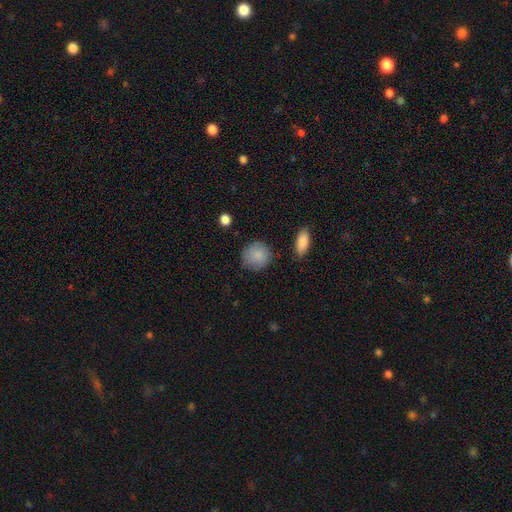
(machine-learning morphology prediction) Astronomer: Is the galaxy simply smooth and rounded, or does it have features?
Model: smooth — 87%.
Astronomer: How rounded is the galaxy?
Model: round — 88%.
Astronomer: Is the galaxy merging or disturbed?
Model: none — 81%.